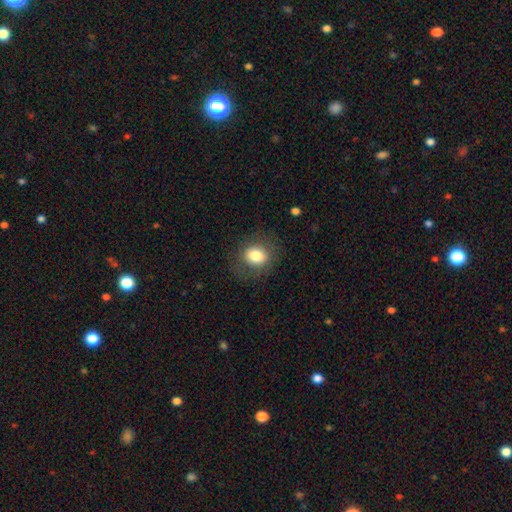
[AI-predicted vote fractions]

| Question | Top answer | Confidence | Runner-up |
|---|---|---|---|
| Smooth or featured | smooth | 79% | featured or disk (11%) |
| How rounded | round | 62% | in between (37%) |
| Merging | none | 82% | minor disturbance (12%) |